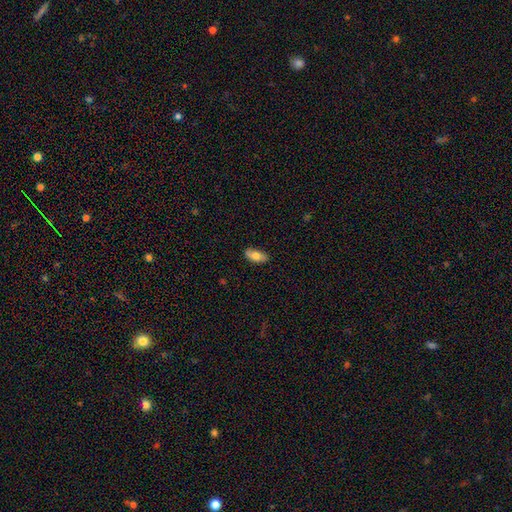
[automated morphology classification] Smooth or featured?
  - smooth: 73% *
  - featured or disk: 20%
  - star or artifact: 6%
How rounded?
  - in between: 85% *
  - cigar-shaped: 12%
  - round: 3%
Merging?
  - none: 82% *
  - minor disturbance: 14%
  - major disturbance: 2%
  - merger: 1%